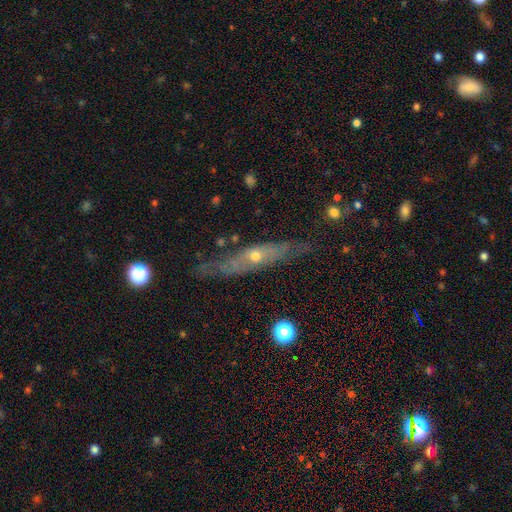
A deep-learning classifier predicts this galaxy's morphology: Smooth or featured? featured or disk (68%)
Edge-on disk? yes (69%)
Merging? none (72%)